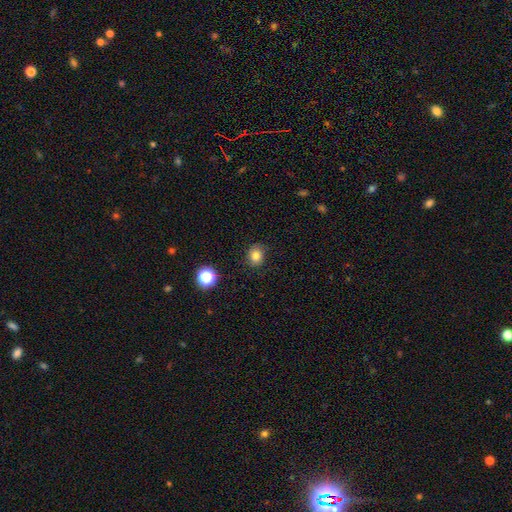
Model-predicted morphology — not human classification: smooth-or-featured: smooth: 79% | star or artifact: 13% | featured or disk: 7%
  how-rounded: round: 64% | in between: 35% | cigar-shaped: 1%
  merging: none: 79% | minor disturbance: 16% | major disturbance: 4% | merger: 1%